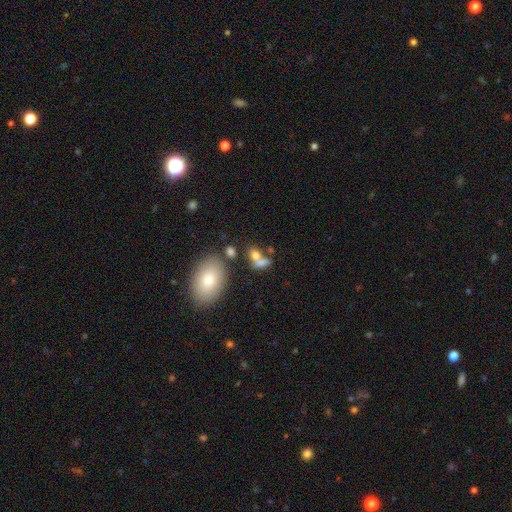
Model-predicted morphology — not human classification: smooth-or-featured: smooth: 74% | featured or disk: 15% | star or artifact: 12%
  how-rounded: in between: 69% | round: 25% | cigar-shaped: 6%
  merging: merger: 44% | none: 37% | minor disturbance: 11% | major disturbance: 7%